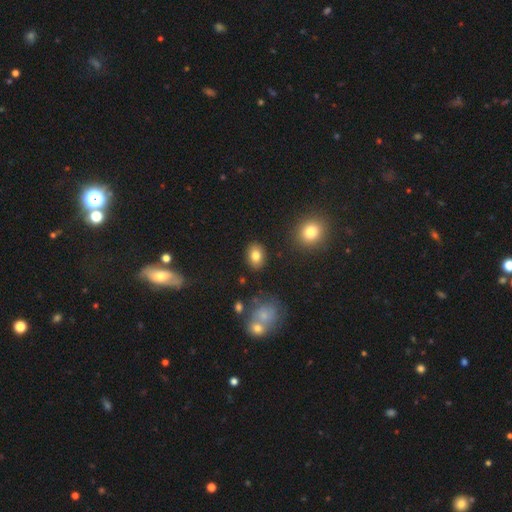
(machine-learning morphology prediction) Smooth or featured? smooth (81%)
How rounded? in between (65%)
Merging? none (86%)